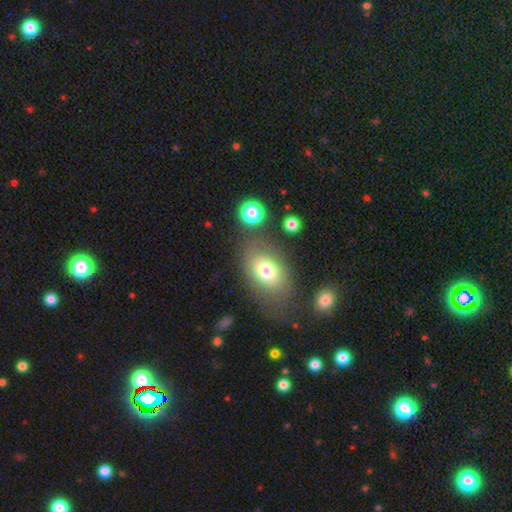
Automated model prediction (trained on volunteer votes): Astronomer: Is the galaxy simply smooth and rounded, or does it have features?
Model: smooth — 61%.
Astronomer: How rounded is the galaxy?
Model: in between — 79%.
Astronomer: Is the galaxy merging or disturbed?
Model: none — 77%.